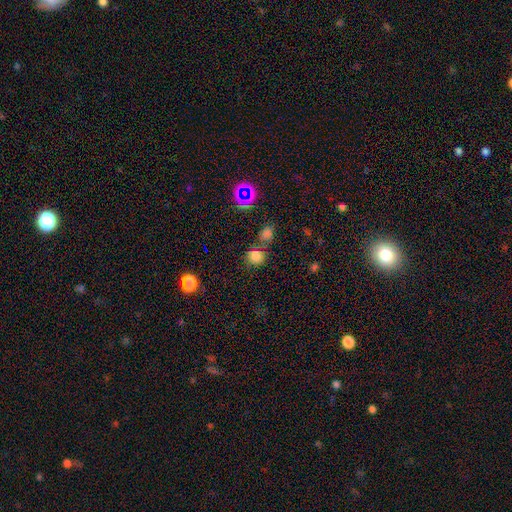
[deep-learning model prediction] smooth 72%, star or artifact 22%, featured or disk 6%. Down the decision tree: how rounded — round (83%); merging — none (67%).